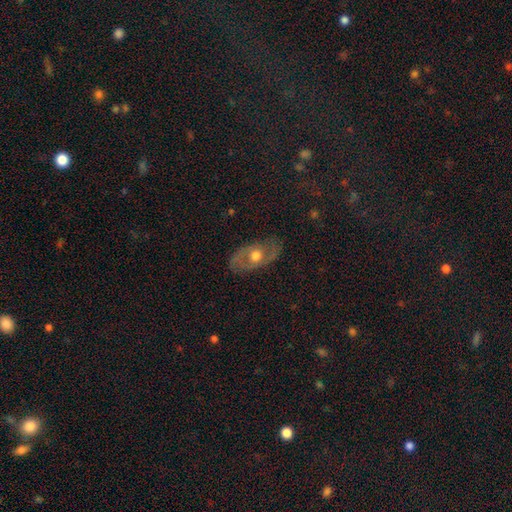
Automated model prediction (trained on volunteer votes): A featured or disk galaxy (62%) with no bar (81%), no spiral arms (55%) and a moderate central bulge (74%).

Vote fractions:
- Smooth or featured? featured or disk: 62% / smooth: 31% / star or artifact: 7%
- Edge-on disk? no: 85% / yes: 15%
- Bar? no: 81% / weak: 15% / strong: 4%
- Spiral arms? no: 55% / yes: 45%
- Bulge size? moderate: 74% / large: 17% / small: 7% / dominant: 1% / none: 1%
- Merging? none: 79% / minor disturbance: 15% / major disturbance: 5% / merger: 1%